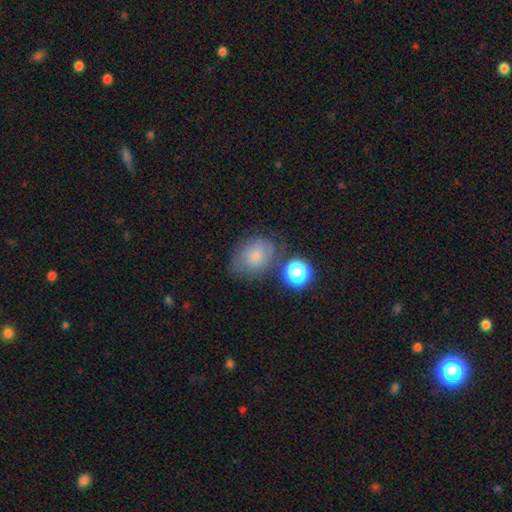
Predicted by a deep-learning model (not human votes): Smooth or featured?
  - smooth: 58% *
  - featured or disk: 25%
  - star or artifact: 17%
How rounded?
  - in between: 56% *
  - round: 42%
  - cigar-shaped: 1%
Merging?
  - none: 60% *
  - minor disturbance: 22%
  - major disturbance: 9%
  - merger: 8%